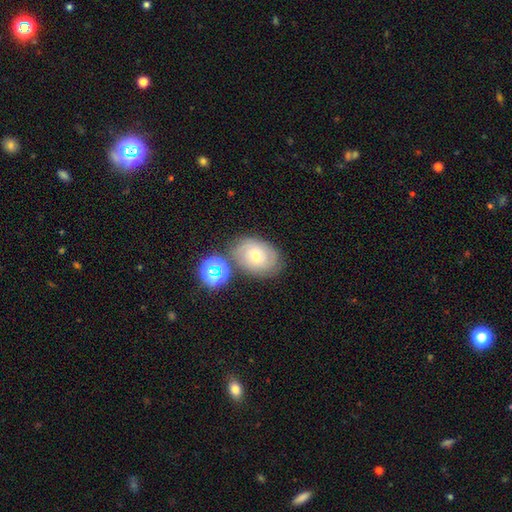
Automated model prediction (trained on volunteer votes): Smooth or featured: featured or disk — 43% (smooth — 41%)
Merging: none — 69% (minor disturbance — 16%)